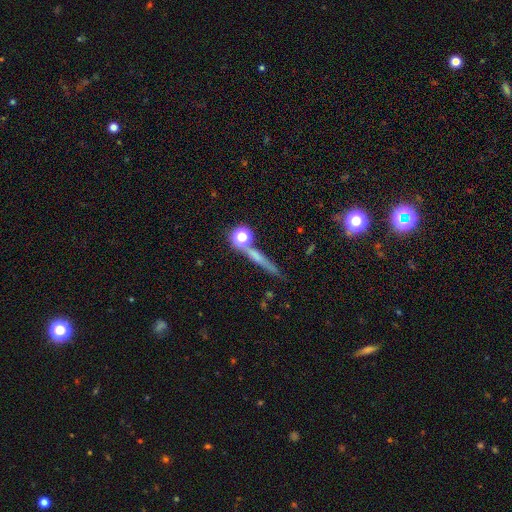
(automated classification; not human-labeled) smooth 46%, featured or disk 36%, star or artifact 18%. Down the decision tree: merging — none (71%).